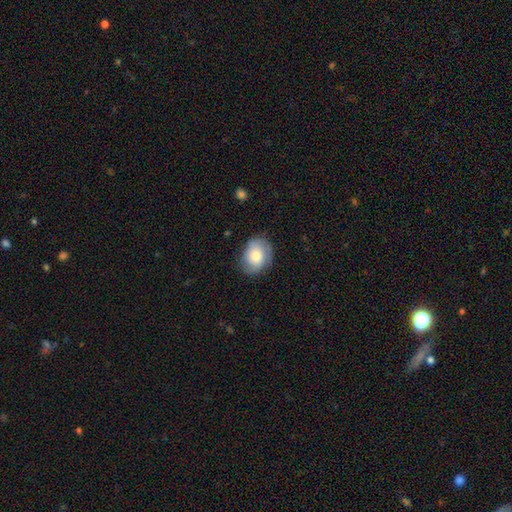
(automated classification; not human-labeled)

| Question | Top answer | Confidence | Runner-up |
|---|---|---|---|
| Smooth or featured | smooth | 66% | featured or disk (26%) |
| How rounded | in between | 62% | round (37%) |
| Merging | none | 72% | minor disturbance (21%) |